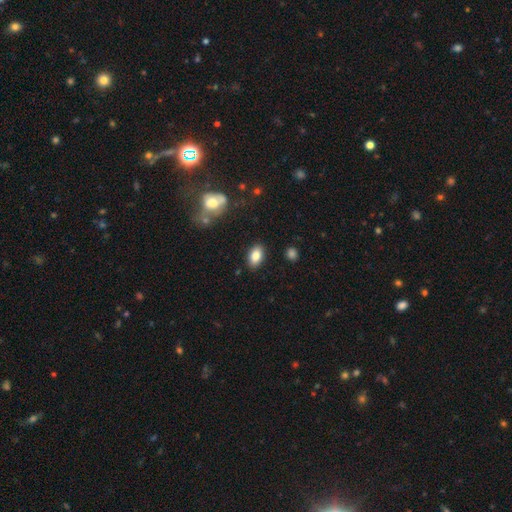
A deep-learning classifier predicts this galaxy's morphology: Overall: smooth (84%). How rounded: in between (91%). Merging: none (87%).